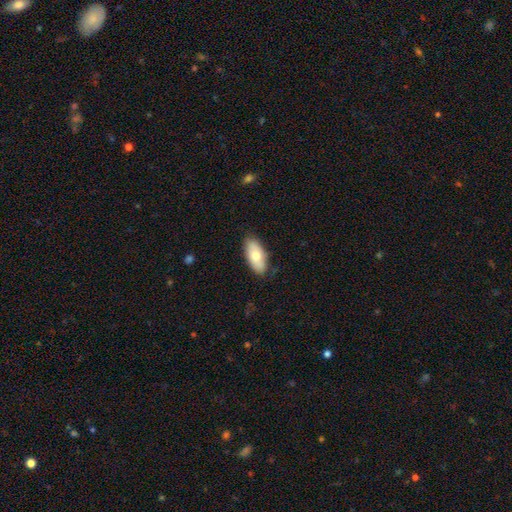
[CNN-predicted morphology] A smooth galaxy with no disk features (75%) that is in between round and cigar-shaped (89%).

Vote fractions:
- Smooth or featured? smooth: 75% / featured or disk: 19% / star or artifact: 6%
- How rounded? in between: 89% / cigar-shaped: 9% / round: 2%
- Merging? none: 84% / minor disturbance: 13% / major disturbance: 2% / merger: 1%